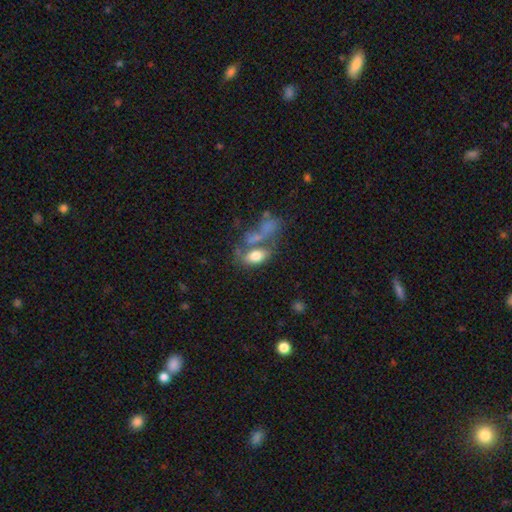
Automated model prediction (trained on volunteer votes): Overall: smooth (72%). How rounded: in between (88%). Merging: merger (41%; none 34%).